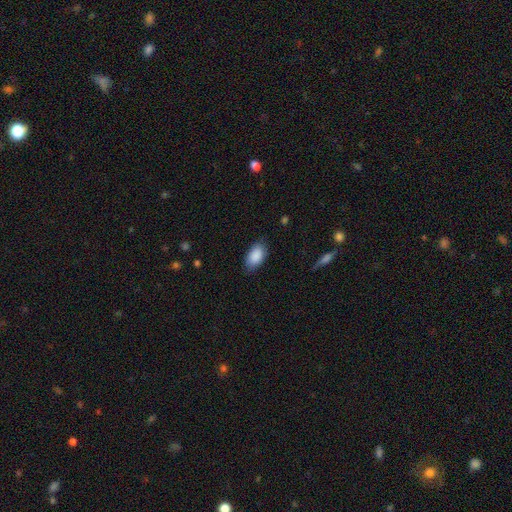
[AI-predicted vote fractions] This appears to be a smooth galaxy with no disk features (89%) that is in between round and cigar-shaped (93%). Merging: none (80%).